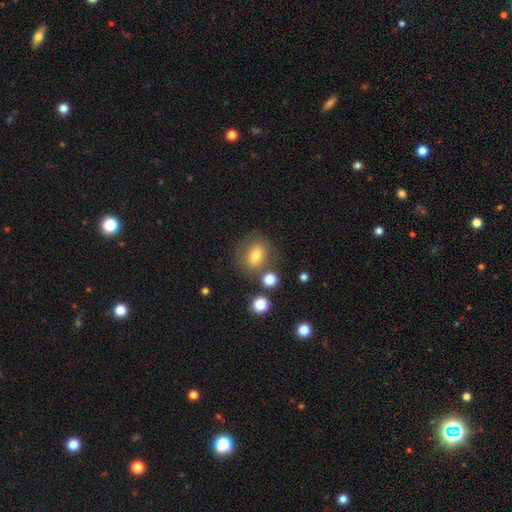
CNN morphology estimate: This appears to be a smooth galaxy with no disk features (74%) that is round (56%). Merging: none (68%).